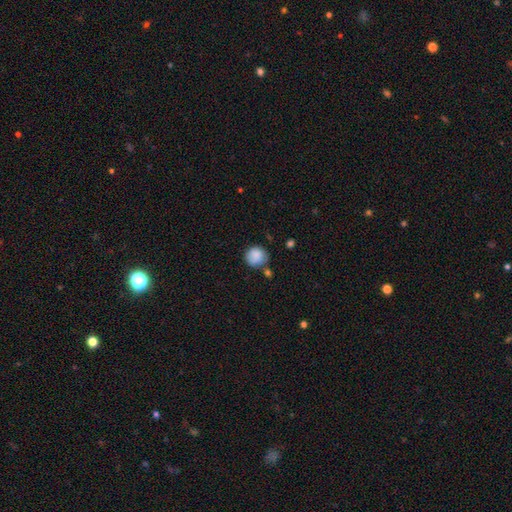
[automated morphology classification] smooth-or-featured: smooth: 85% | star or artifact: 8% | featured or disk: 7%
  how-rounded: round: 87% | in between: 12% | cigar-shaped: 1%
  merging: none: 62% | minor disturbance: 22% | merger: 9% | major disturbance: 6%